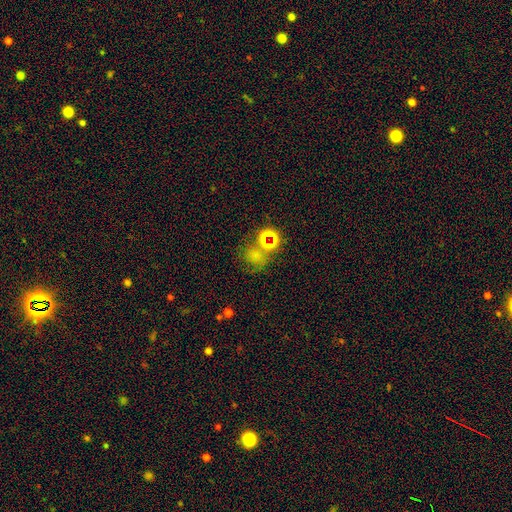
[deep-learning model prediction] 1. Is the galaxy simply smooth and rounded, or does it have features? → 53% smooth, 36% star or artifact, 11% featured or disk.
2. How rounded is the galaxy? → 72% round, 27% in between, 1% cigar-shaped.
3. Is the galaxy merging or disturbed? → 55% none, 20% merger, 15% minor disturbance, 10% major disturbance.